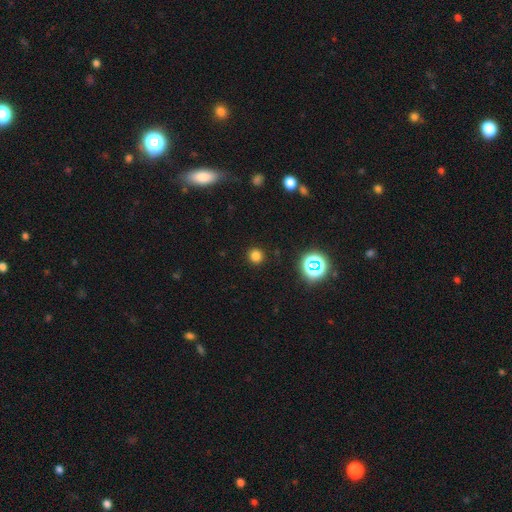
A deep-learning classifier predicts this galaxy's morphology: The model was most divided on "smooth or featured": smooth: 77%, star or artifact: 19%, featured or disk: 4%. More confident: how rounded — round (93%); merging — none (91%).